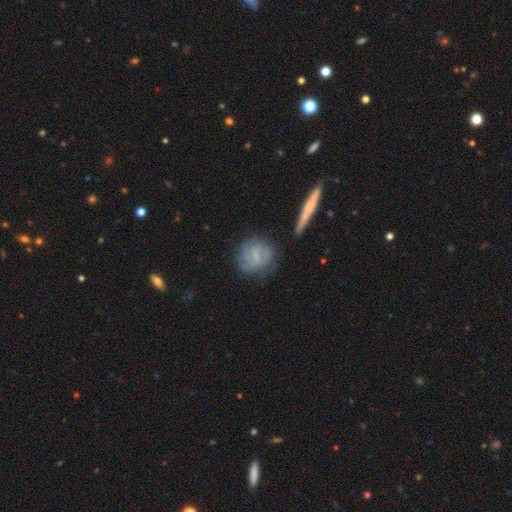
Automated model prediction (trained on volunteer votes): smooth_or_featured: smooth (p=0.47) [alt: featured or disk p=0.44]
merging: none (p=0.69) [alt: minor disturbance p=0.20]